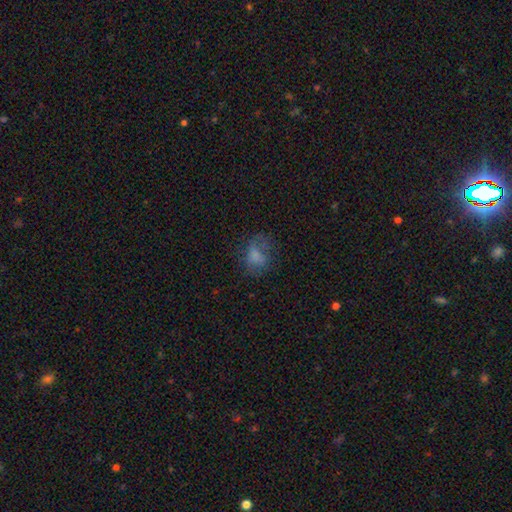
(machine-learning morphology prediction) smooth-or-featured: smooth: 62% | featured or disk: 23% | star or artifact: 14%
  how-rounded: in between: 59% | round: 39% | cigar-shaped: 1%
  merging: none: 43% | major disturbance: 31% | minor disturbance: 24% | merger: 2%